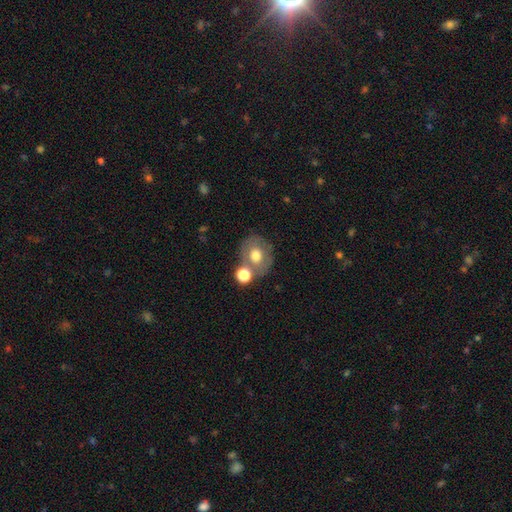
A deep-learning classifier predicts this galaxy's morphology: This appears to be a smooth galaxy with no disk features (62%) that is round (63%). Merging: none (60%).